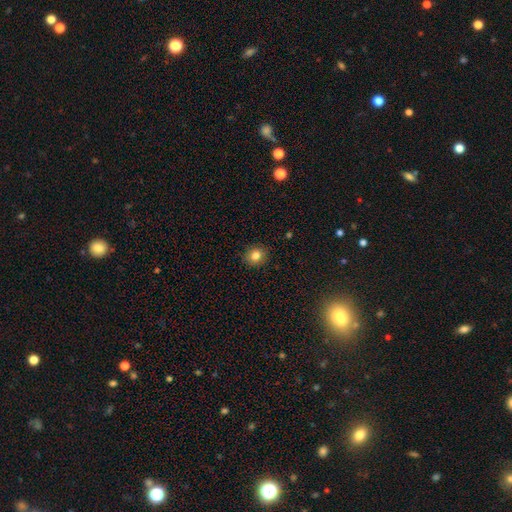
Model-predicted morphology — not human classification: type=smooth (82%); roundness=round (74%); merging=none (89%).